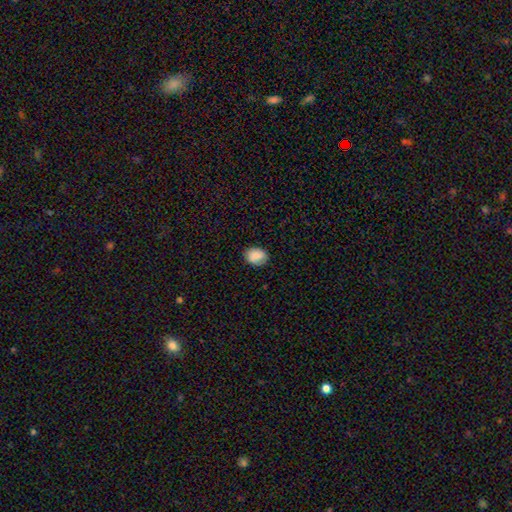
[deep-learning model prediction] Overall: smooth (86%). How rounded: in between (57%; round 42%). Merging: none (82%).